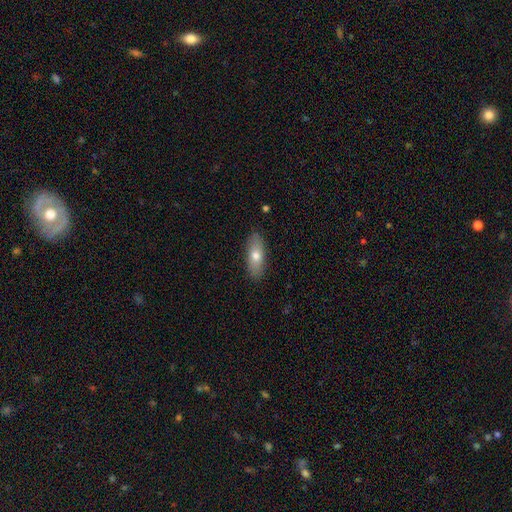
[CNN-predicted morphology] This appears to be a smooth galaxy with no disk features (69%) that is in between round and cigar-shaped (66%). Merging: none (88%).